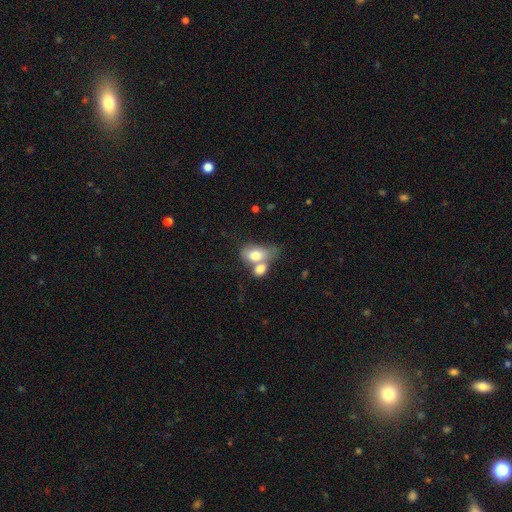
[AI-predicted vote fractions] Smooth or featured? smooth (74%)
How rounded? in between (82%)
Merging? merger (65%)